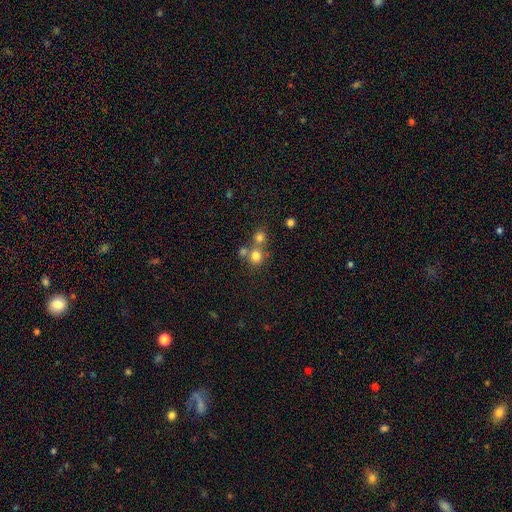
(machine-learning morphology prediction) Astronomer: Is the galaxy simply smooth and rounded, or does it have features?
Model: smooth — 75%.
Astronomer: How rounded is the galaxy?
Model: round — 86%.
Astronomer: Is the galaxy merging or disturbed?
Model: none — 53% (runner-up: merger, 37%).